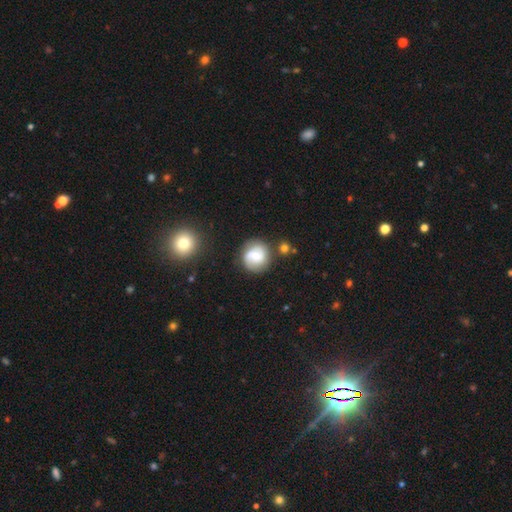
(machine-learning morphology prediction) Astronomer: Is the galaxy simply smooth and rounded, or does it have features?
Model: featured or disk — 57% (runner-up: smooth, 35%).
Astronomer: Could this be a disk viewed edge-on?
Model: no — 98%.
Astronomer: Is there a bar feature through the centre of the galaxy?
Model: no — 50% (runner-up: weak, 41%).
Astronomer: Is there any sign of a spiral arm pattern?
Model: yes — 87%.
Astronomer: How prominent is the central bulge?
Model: moderate — 48% (runner-up: small, 44%).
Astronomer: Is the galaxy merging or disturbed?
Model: none — 77%.